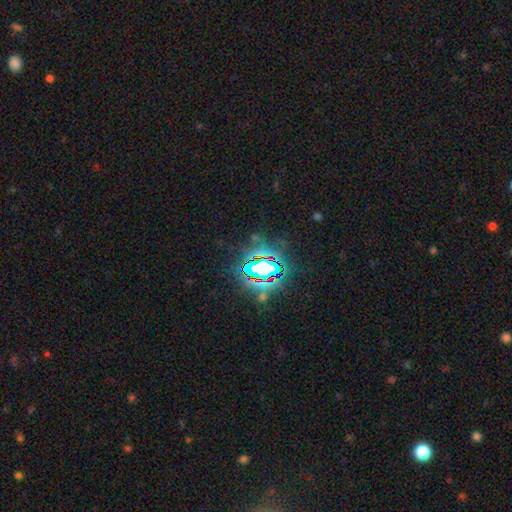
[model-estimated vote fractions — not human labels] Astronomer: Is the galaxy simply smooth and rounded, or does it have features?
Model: star or artifact — 82%.